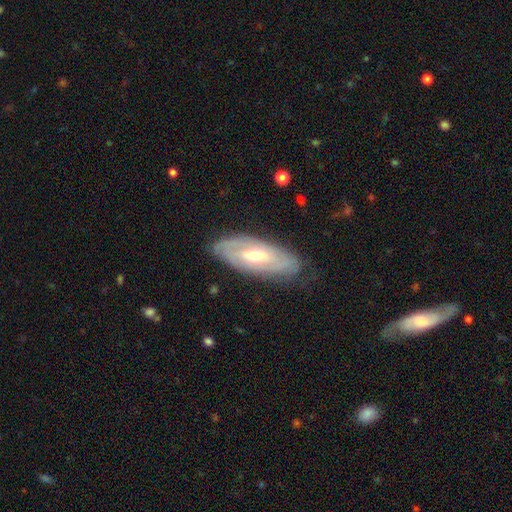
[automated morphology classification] A featured or disk galaxy (68%) with no bar (49%), spiral arms (65%) and a moderate central bulge (63%). Merging: none (81%).